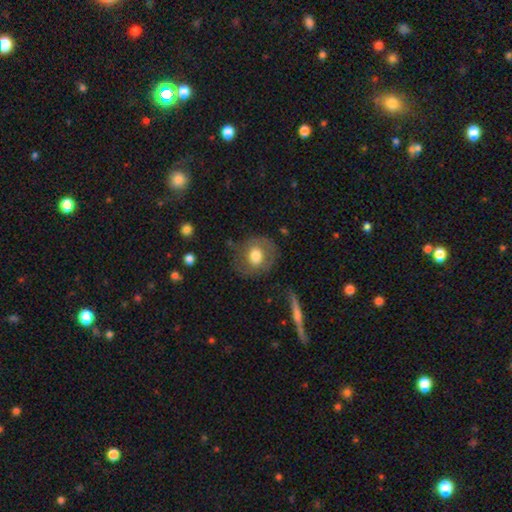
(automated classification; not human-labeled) Smooth or featured: smooth — 66% (featured or disk — 27%)
How rounded: round — 76% (in between — 23%)
Merging: none — 69% (minor disturbance — 19%)